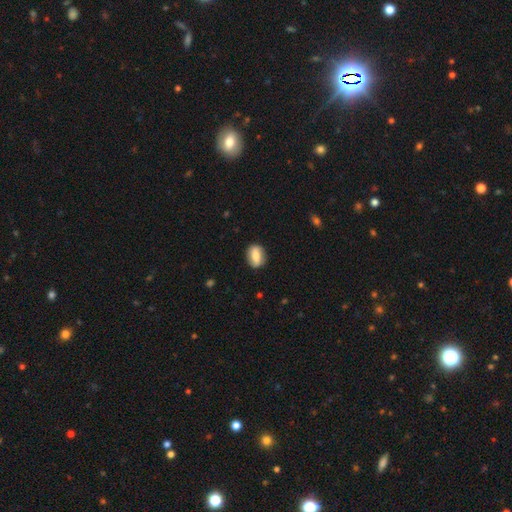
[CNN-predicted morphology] This is likely a smooth galaxy (69%). How rounded: likely in between (75%). Merging: clearly none (84%).